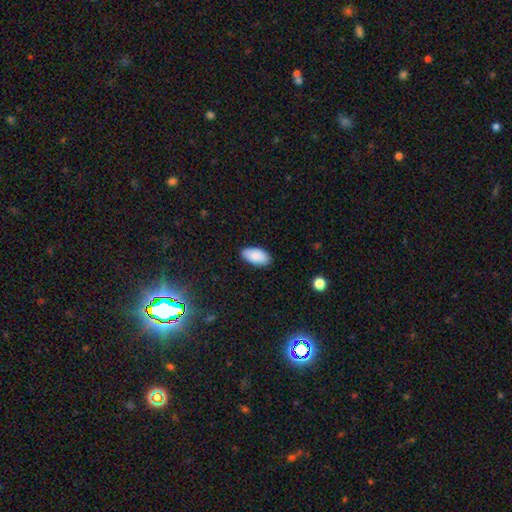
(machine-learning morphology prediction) The model was most divided on "merging": none: 85%, minor disturbance: 12%, major disturbance: 2%, merger: 1%. More confident: how rounded — in between (95%); smooth or featured — smooth (88%).